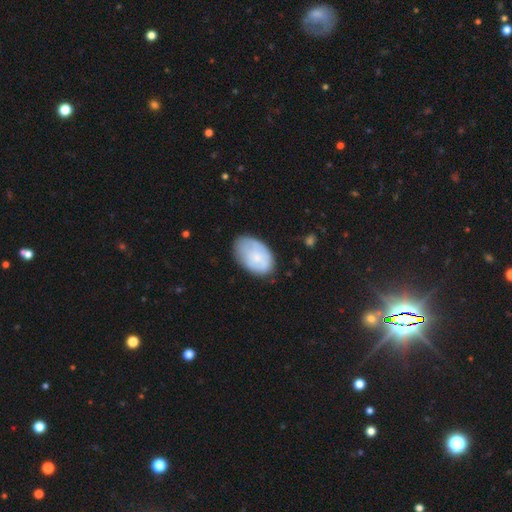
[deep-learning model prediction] Smooth or featured?
  - smooth: 64% *
  - featured or disk: 29%
  - star or artifact: 7%
How rounded?
  - in between: 90% *
  - round: 9%
  - cigar-shaped: 1%
Merging?
  - none: 63% *
  - minor disturbance: 27%
  - major disturbance: 8%
  - merger: 2%